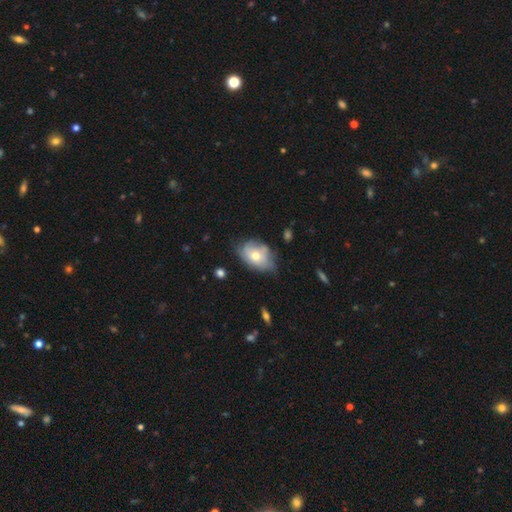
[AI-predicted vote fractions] Smooth or featured: smooth — 59% (featured or disk — 33%)
How rounded: in between — 80% (round — 19%)
Merging: none — 51% (minor disturbance — 36%)